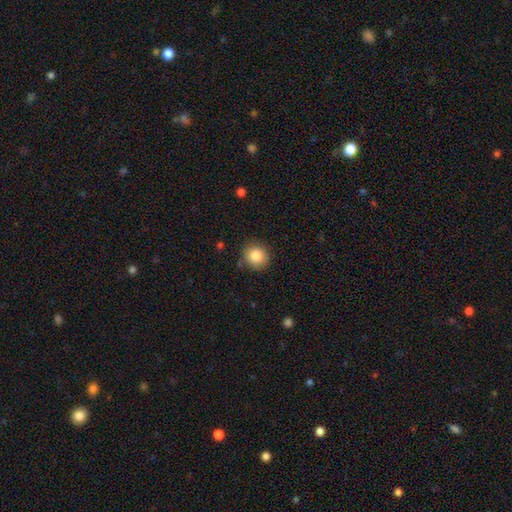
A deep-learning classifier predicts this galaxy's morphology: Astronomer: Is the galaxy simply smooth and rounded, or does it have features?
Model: smooth — 86%.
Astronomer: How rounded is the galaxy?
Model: round — 87%.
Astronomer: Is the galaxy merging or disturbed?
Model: none — 86%.